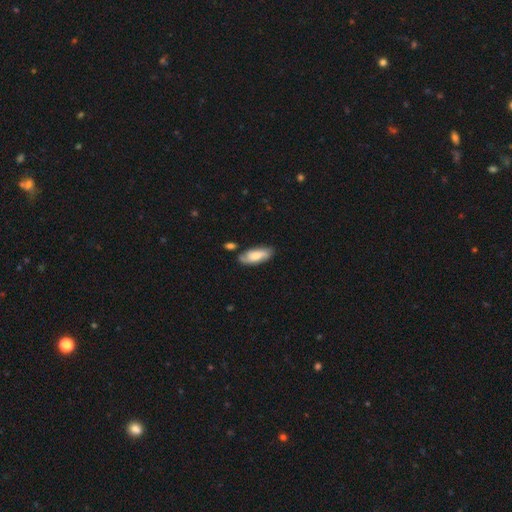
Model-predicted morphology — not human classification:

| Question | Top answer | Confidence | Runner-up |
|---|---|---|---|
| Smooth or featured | smooth | 55% | featured or disk (38%) |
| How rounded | in between | 78% | cigar-shaped (20%) |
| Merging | none | 67% | minor disturbance (20%) |